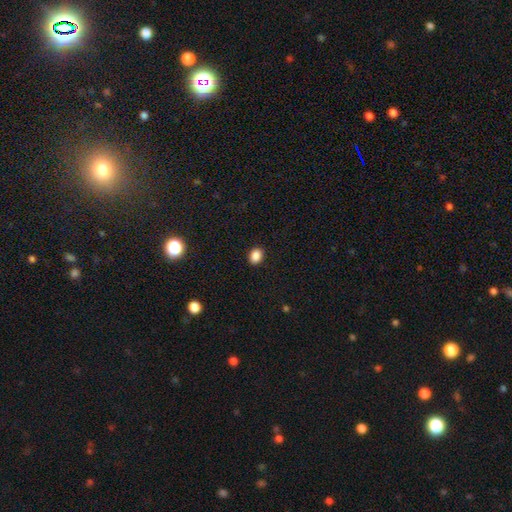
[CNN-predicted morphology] Overall: smooth (87%). How rounded: in between (57%; round 42%). Merging: none (91%).